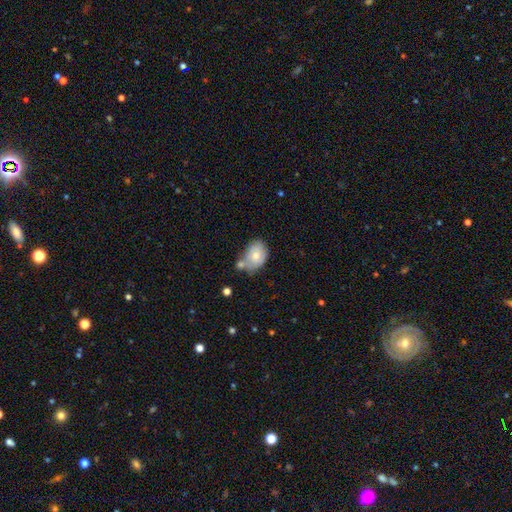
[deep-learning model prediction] A smooth galaxy with no disk features (73%) that is in between round and cigar-shaped (75%). Merging: none (41%).